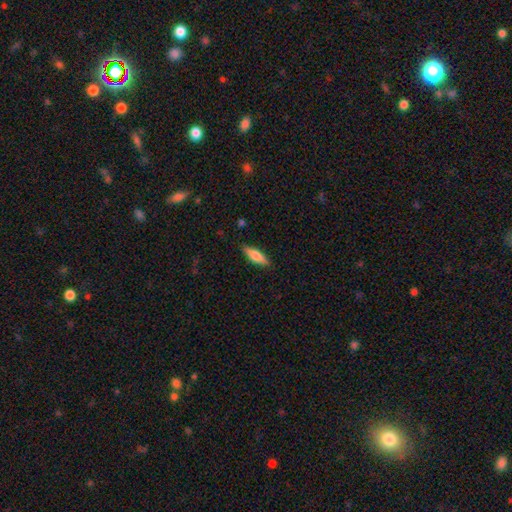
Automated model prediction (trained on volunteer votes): smooth 71%, featured or disk 23%, star or artifact 6%. Down the decision tree: how rounded — cigar-shaped (51%); merging — none (85%).